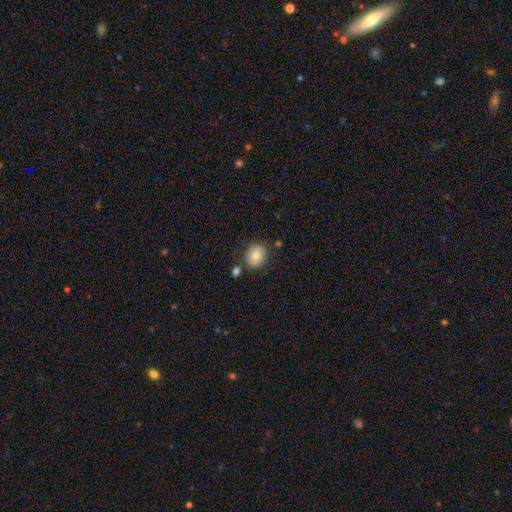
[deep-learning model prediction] The model was most divided on "how rounded": round: 76%, in between: 23%, cigar-shaped: 1%. More confident: smooth or featured — smooth (79%); merging — none (78%).